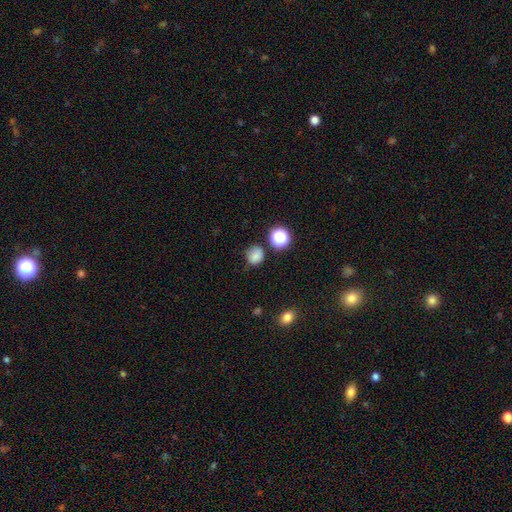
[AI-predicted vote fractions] smooth_or_featured: smooth (p=0.80) [alt: star or artifact p=0.14]
how_rounded: round (p=0.79) [alt: in between p=0.20]
merging: none (p=0.71) [alt: minor disturbance p=0.19]